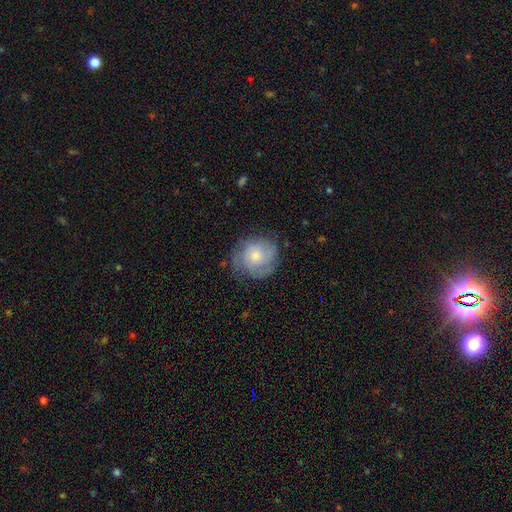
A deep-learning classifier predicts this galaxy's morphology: Smooth or featured? Predicted: smooth (p=0.57). How rounded? Predicted: round (p=0.85). Merging? Predicted: none (p=0.68).